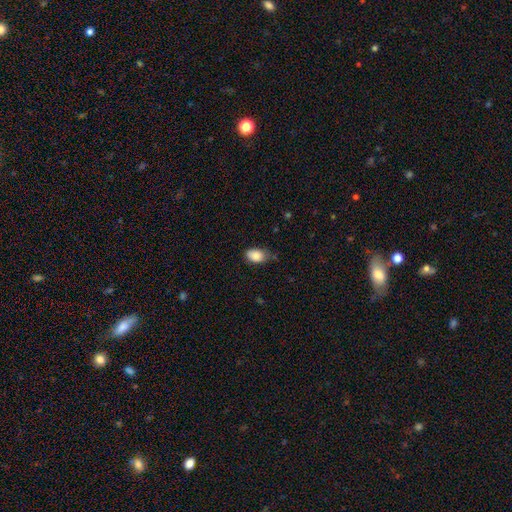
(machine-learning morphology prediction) Overall: smooth (84%). How rounded: in between (89%). Merging: none (60%; minor disturbance 32%).